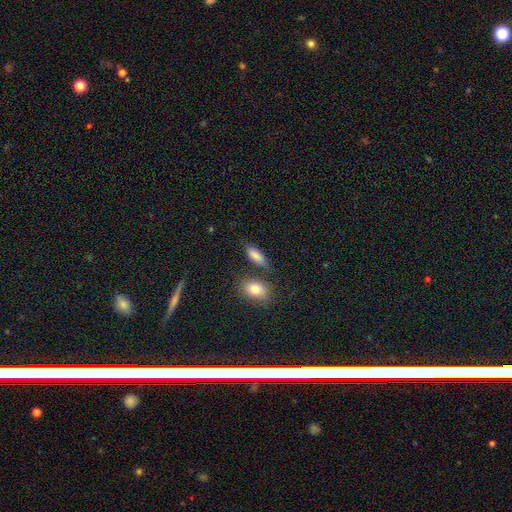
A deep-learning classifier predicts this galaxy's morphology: smooth 83%, featured or disk 9%, star or artifact 8%. Down the decision tree: how rounded — in between (75%); merging — none (66%).